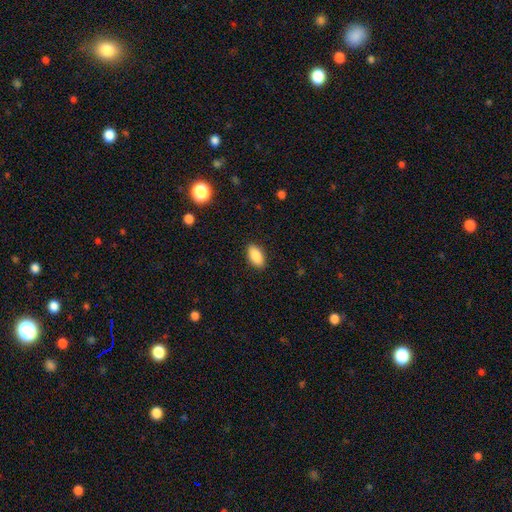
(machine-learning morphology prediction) This appears to be a smooth galaxy with no disk features (88%) that is in between round and cigar-shaped (93%). Merging: none (89%).